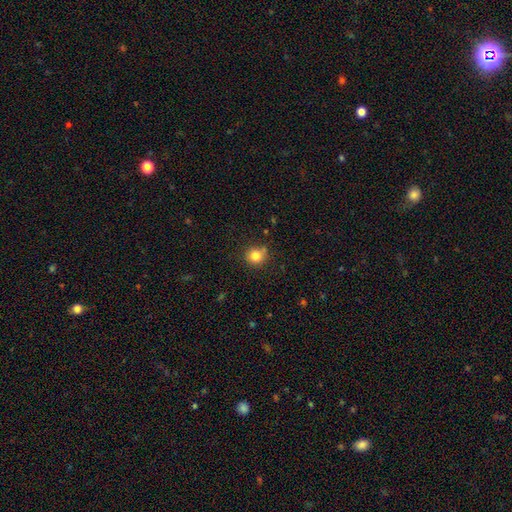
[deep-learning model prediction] smooth 83%, star or artifact 12%, featured or disk 6%. Down the decision tree: how rounded — round (90%); merging — none (77%).